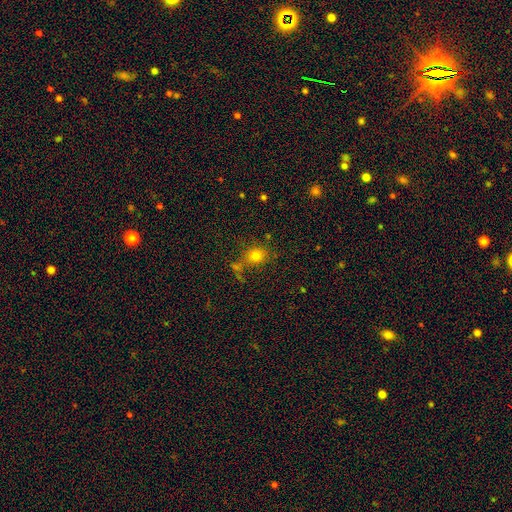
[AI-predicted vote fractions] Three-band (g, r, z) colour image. It shows a smooth galaxy with no disk features (75%) that is round (75%). Merging: none (64%).